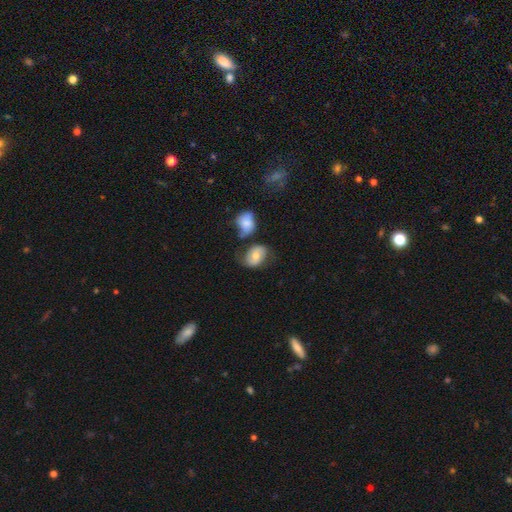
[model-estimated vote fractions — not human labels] This is possibly a smooth galaxy (58%). How rounded: likely in between (70%). Merging: possibly none (51%).